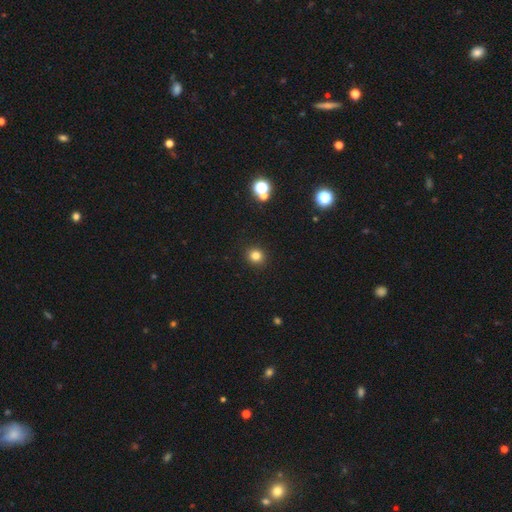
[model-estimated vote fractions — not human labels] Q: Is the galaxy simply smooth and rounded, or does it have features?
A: smooth — 81%.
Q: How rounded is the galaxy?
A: round — 87%.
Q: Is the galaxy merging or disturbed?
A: none — 91%.